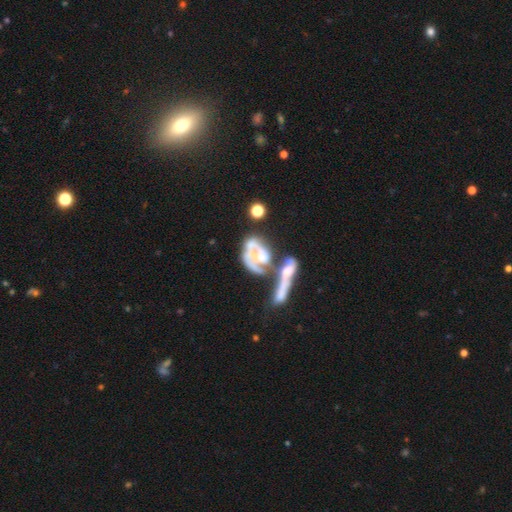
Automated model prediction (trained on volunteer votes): Morphology: type=featured or disk (77%); edge-on=no (95%); bar=no (57%); spiral arms=yes (80%); winding=tight (40%); arm count=2 (43%); bulge=none (40%); merging=merger (48%).